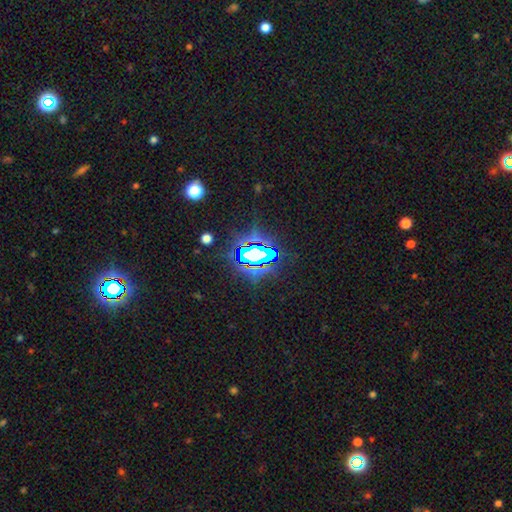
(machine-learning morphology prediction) This appears to be a star or artifact, not a galaxy (73%).